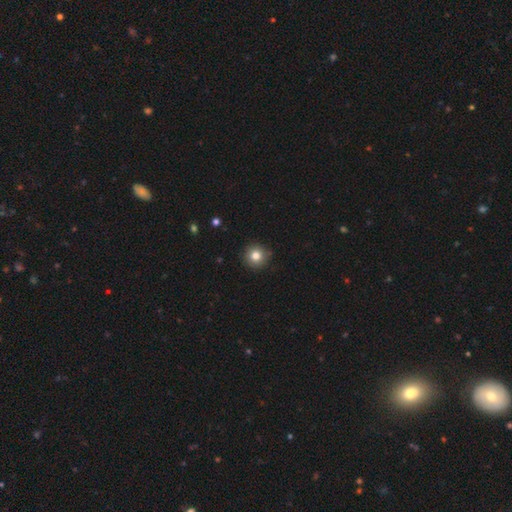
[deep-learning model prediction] smooth 81%, star or artifact 11%, featured or disk 8%. Down the decision tree: how rounded — round (95%); merging — none (90%).